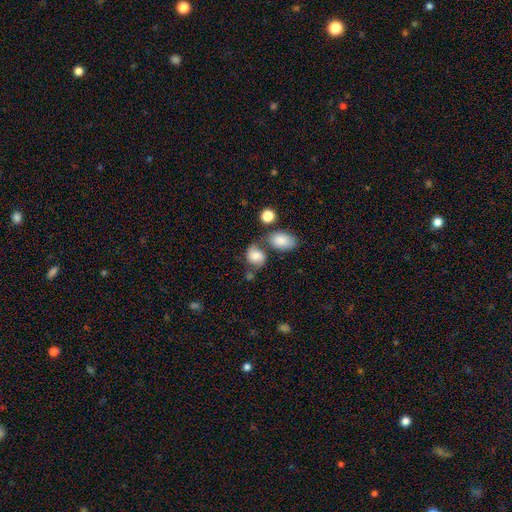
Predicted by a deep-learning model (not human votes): smooth-or-featured: smooth: 67% | featured or disk: 24% | star or artifact: 9%
  how-rounded: in between: 53% | round: 46% | cigar-shaped: 2%
  merging: none: 47% | merger: 24% | minor disturbance: 20% | major disturbance: 9%